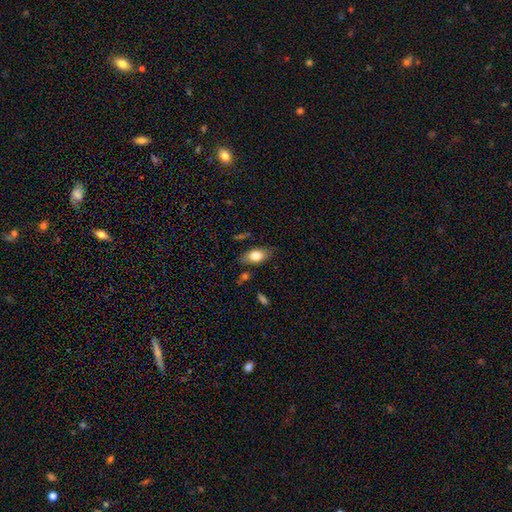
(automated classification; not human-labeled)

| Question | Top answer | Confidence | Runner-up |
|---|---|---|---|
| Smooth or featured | smooth | 78% | featured or disk (15%) |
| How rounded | in between | 88% | round (7%) |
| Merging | none | 78% | minor disturbance (16%) |